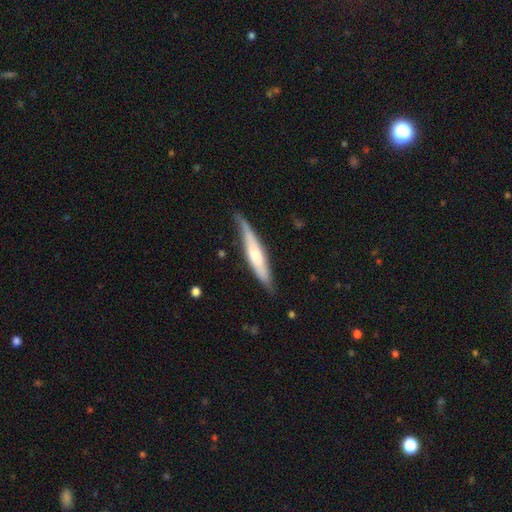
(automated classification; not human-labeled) Smooth or featured? smooth (49%)
Merging? none (74%)